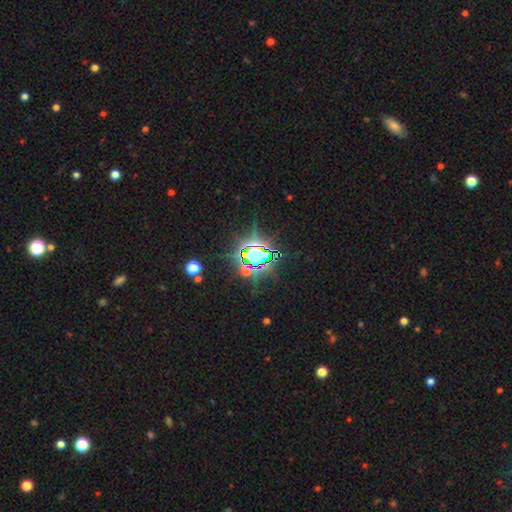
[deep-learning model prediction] smooth-or-featured: star or artifact: 77% | smooth: 13% | featured or disk: 10%